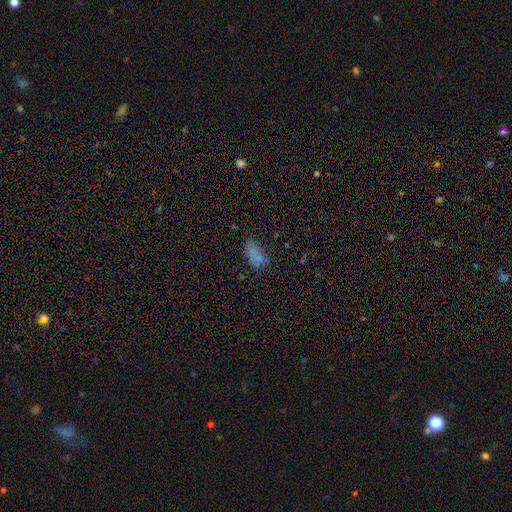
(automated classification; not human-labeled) Q: Smooth or featured?
A: smooth (65%); runner-up: star or artifact (21%)
Q: How rounded?
A: in between (83%); runner-up: round (8%)
Q: Merging?
A: none (49%); runner-up: minor disturbance (22%)